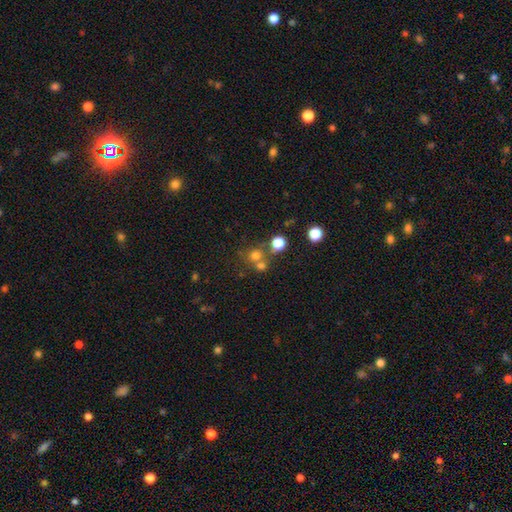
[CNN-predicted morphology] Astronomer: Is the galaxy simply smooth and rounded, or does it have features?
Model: smooth — 66%.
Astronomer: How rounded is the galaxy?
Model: round — 87%.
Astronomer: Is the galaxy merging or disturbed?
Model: none — 55% (runner-up: merger, 33%).